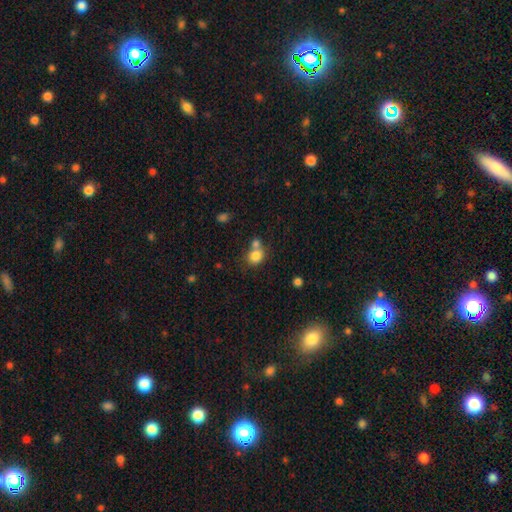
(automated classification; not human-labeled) Smooth or featured?
  - smooth: 82% *
  - star or artifact: 10%
  - featured or disk: 8%
How rounded?
  - round: 74% *
  - in between: 25%
  - cigar-shaped: 1%
Merging?
  - none: 45% *
  - merger: 41%
  - minor disturbance: 10%
  - major disturbance: 4%